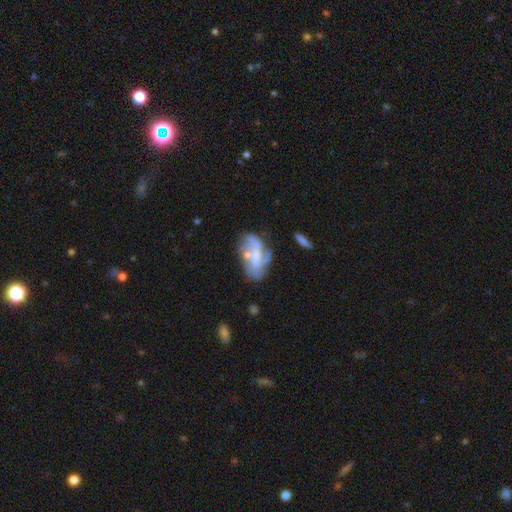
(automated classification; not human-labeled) A featured or disk galaxy (64%) with no bar (47%), spiral arms (62%) and a moderate central bulge (36%).

Vote fractions:
- Smooth or featured? featured or disk: 64% / smooth: 27% / star or artifact: 8%
- Edge-on disk? no: 95% / yes: 5%
- Bar? no: 47% / weak: 38% / strong: 15%
- Spiral arms? yes: 62% / no: 38%
- Bulge size? moderate: 36% / small: 35% / none: 22% / large: 5% / dominant: 1%
- Merging? none: 41% / minor disturbance: 23% / major disturbance: 21% / merger: 15%